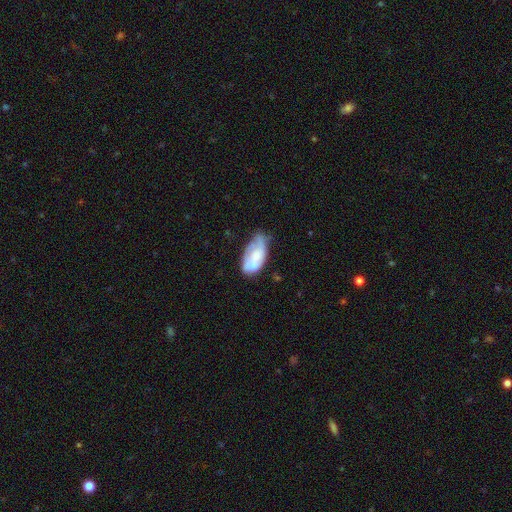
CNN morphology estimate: type=smooth (51%); roundness=in between (93%); merging=minor disturbance (40%).